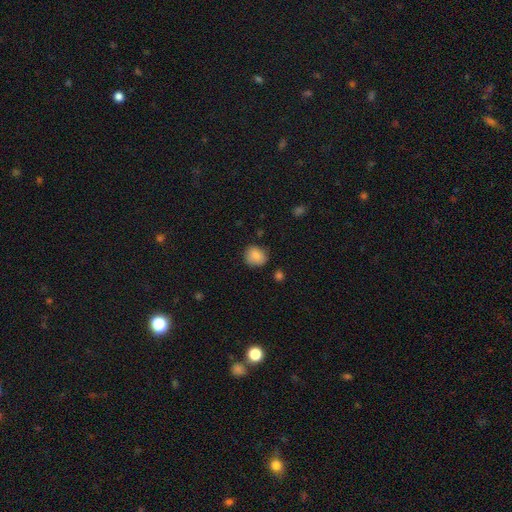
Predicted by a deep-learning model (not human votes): smooth 84%, star or artifact 9%, featured or disk 7%. Down the decision tree: how rounded — round (76%); merging — none (79%).